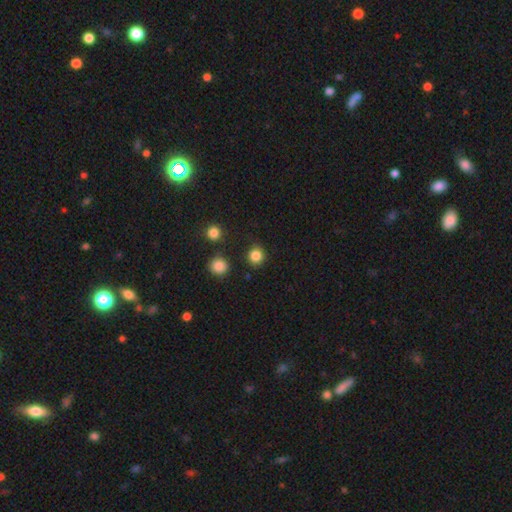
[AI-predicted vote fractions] A smooth galaxy with no disk features (85%) that is round (89%).

Vote fractions:
- Smooth or featured? smooth: 85% / star or artifact: 12% / featured or disk: 4%
- How rounded? round: 89% / in between: 11% / cigar-shaped: 1%
- Merging? none: 88% / minor disturbance: 7% / merger: 3% / major disturbance: 2%